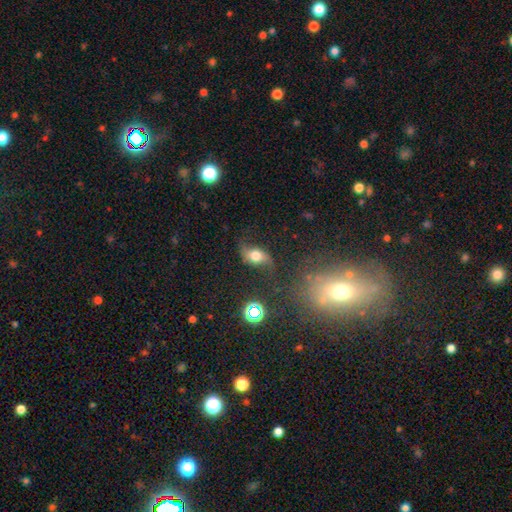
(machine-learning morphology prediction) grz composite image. It shows a featured or disk galaxy (57%) with no bar (65%), spiral arms (88%) and a moderate central bulge (45%). Merging: none (63%).